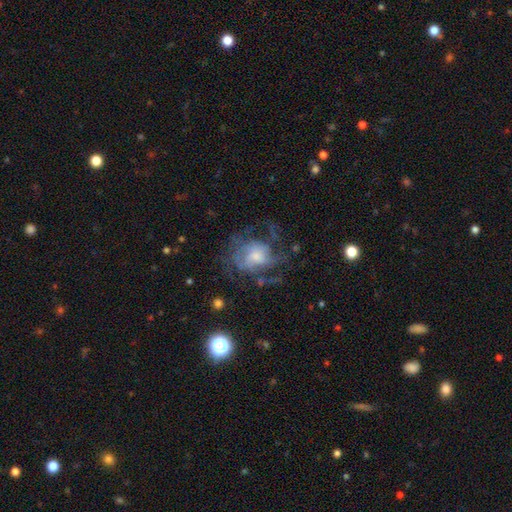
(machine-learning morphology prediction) smooth-or-featured: featured or disk: 65% | smooth: 25% | star or artifact: 10%
  disk-edge-on: no: 97% | yes: 3%
    bar: no: 69% | weak: 26% | strong: 5%
    has-spiral-arms: yes: 67% | no: 33%
    bulge-size: moderate: 41% | small: 27% | large: 19% | none: 11% | dominant: 3%
  merging: none: 42% | major disturbance: 36% | minor disturbance: 19% | merger: 3%